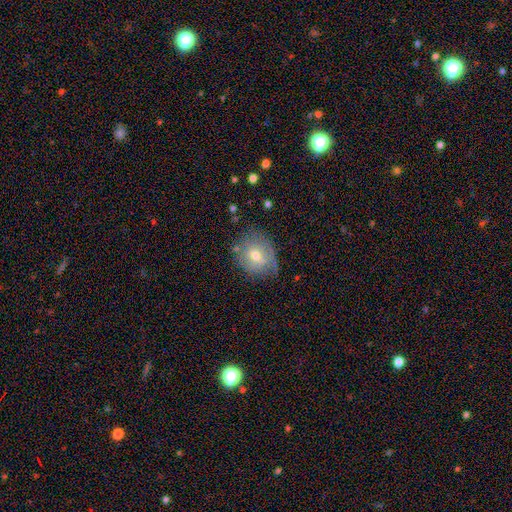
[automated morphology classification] smooth_or_featured: smooth (p=0.55) [alt: featured or disk p=0.36]
how_rounded: round (p=0.62) [alt: in between p=0.37]
merging: none (p=0.60) [alt: minor disturbance p=0.27]